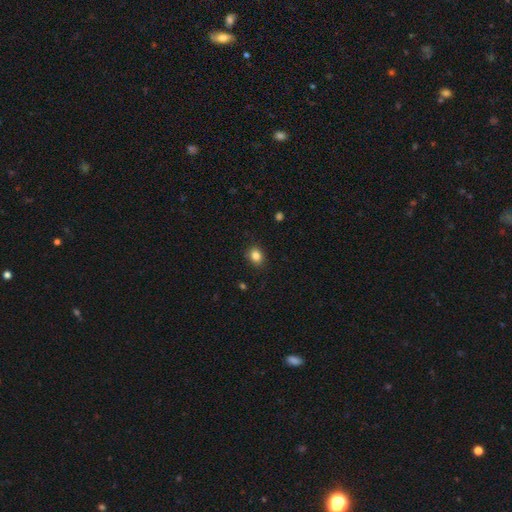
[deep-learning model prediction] smooth 84%, star or artifact 11%, featured or disk 5%. Down the decision tree: how rounded — round (56%); merging — none (88%).